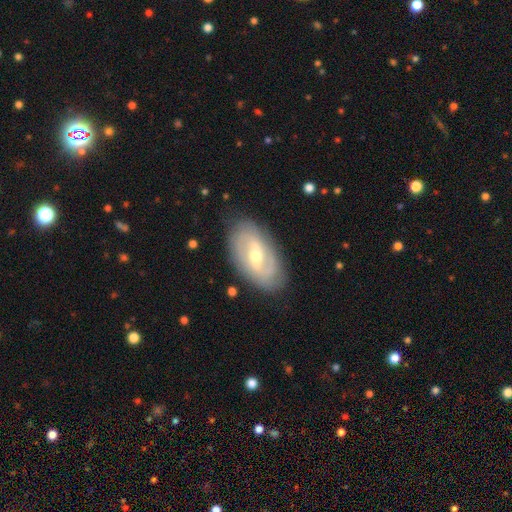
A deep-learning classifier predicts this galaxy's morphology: Overall: featured or disk (78%). Edge-on disk: no (94%). Bar: weak (50%; strong 33%). Spiral arms: yes (83%). Spiral arm count: 2 (73%). Spiral winding: medium (38%; tight 35%). Bulge size: moderate (57%; small 39%). Merging: none (83%).